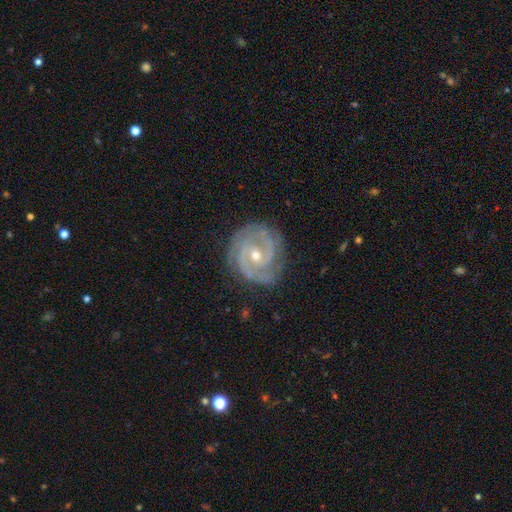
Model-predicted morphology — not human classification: type=featured or disk (91%); edge-on=no (98%); bar=no (49%); spiral arms=yes (98%); winding=tight (60%); arm count=2 (64%); bulge=small (49%); merging=none (80%).